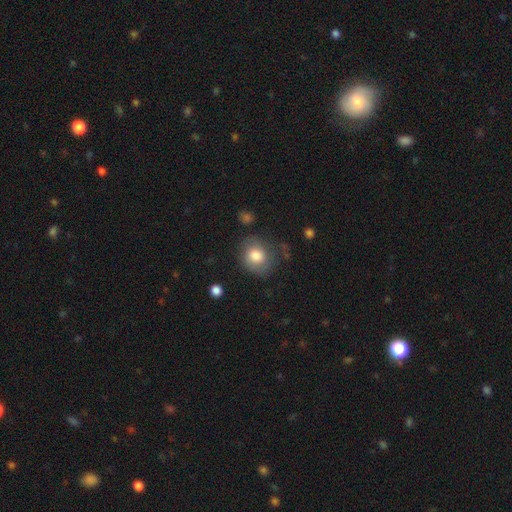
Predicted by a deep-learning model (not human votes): Smooth or featured? smooth (75%)
How rounded? round (70%)
Merging? none (62%)